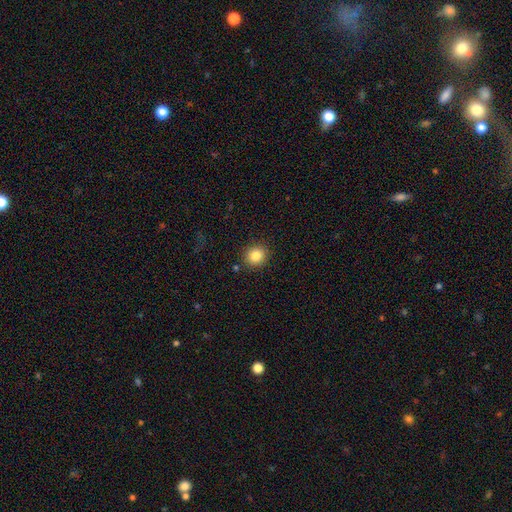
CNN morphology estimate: Smooth or featured? Predicted: smooth (p=0.84). How rounded? Predicted: round (p=0.85). Merging? Predicted: none (p=0.88).